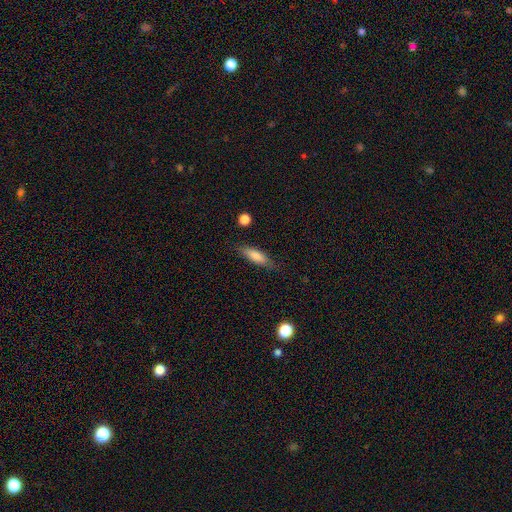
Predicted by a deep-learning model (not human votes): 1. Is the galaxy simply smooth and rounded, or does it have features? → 75% smooth, 18% featured or disk, 8% star or artifact.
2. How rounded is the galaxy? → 57% cigar-shaped, 41% in between, 2% round.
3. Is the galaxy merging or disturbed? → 79% none, 16% minor disturbance, 4% major disturbance, 2% merger.